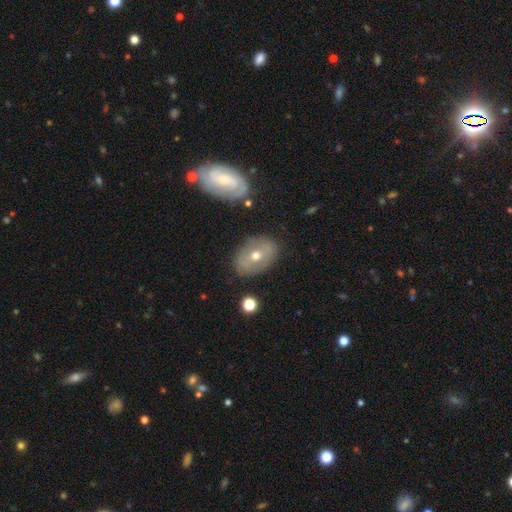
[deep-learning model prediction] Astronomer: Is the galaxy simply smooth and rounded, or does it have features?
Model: featured or disk — 50% (runner-up: smooth, 42%).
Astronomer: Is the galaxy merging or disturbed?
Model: none — 78%.